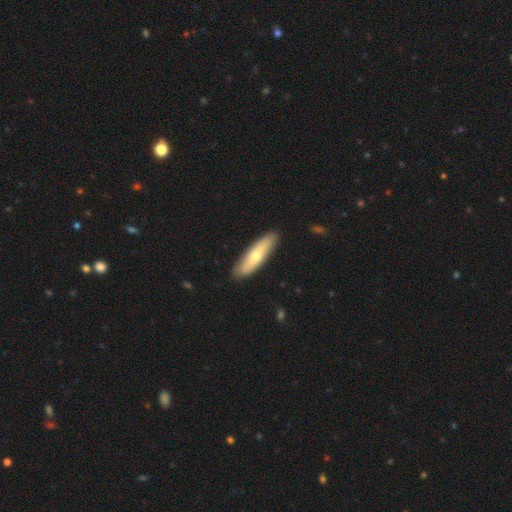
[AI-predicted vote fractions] Q: Smooth or featured?
A: smooth (60%); runner-up: featured or disk (35%)
Q: How rounded?
A: cigar-shaped (63%); runner-up: in between (35%)
Q: Merging?
A: none (88%); runner-up: minor disturbance (9%)